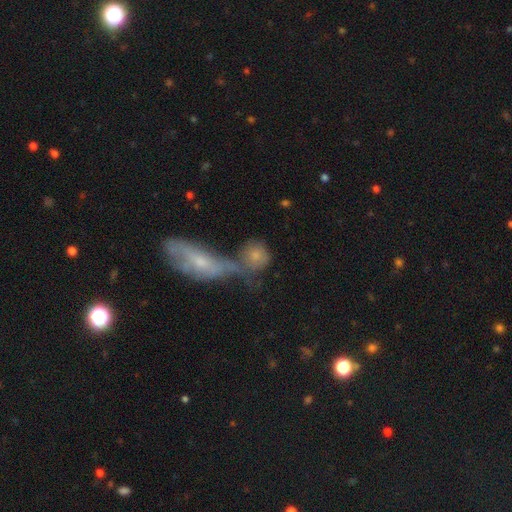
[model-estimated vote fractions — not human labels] smooth 73%, featured or disk 17%, star or artifact 10%. Down the decision tree: how rounded — round (74%); merging — none (41%, tied with merger).